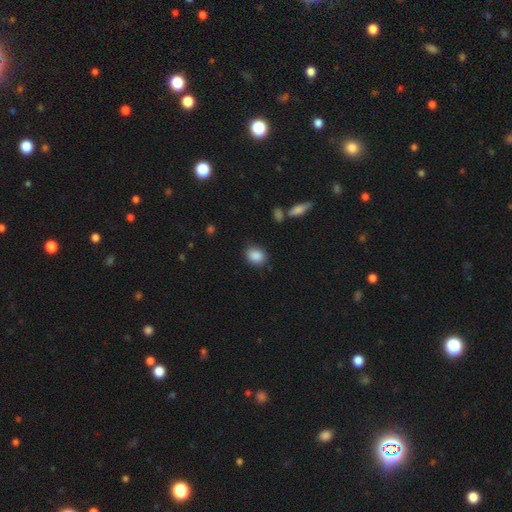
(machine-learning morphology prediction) smooth_or_featured: smooth (p=0.88) [alt: star or artifact p=0.08]
how_rounded: in between (p=0.50) [alt: round p=0.49]
merging: none (p=0.81) [alt: minor disturbance p=0.14]